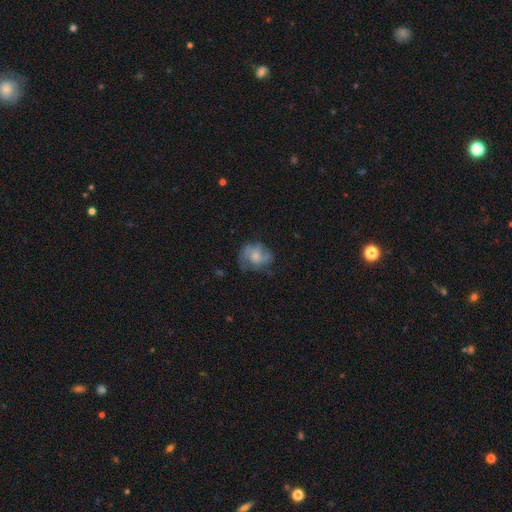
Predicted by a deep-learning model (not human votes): This appears to be a smooth galaxy with no disk features (46%). Merging: none (51%).